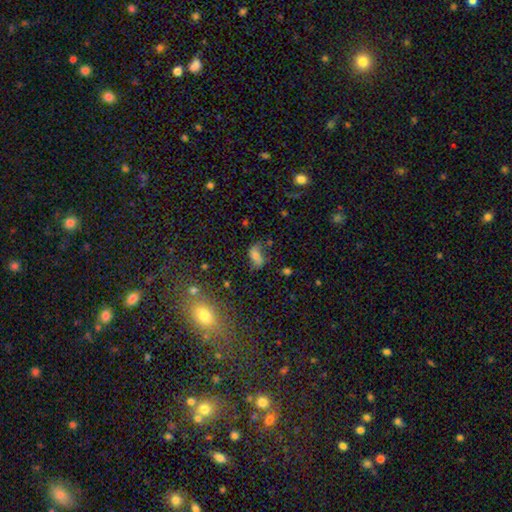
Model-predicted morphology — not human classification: This is possibly a smooth galaxy (54%). How rounded: clearly in between (83%). Merging: possibly none (54%).